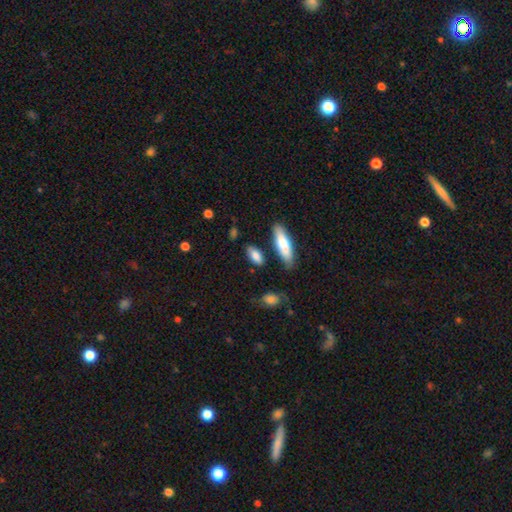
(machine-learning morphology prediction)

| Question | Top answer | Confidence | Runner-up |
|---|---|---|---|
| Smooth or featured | smooth | 78% | featured or disk (15%) |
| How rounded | in between | 72% | cigar-shaped (24%) |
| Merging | none | 76% | minor disturbance (15%) |